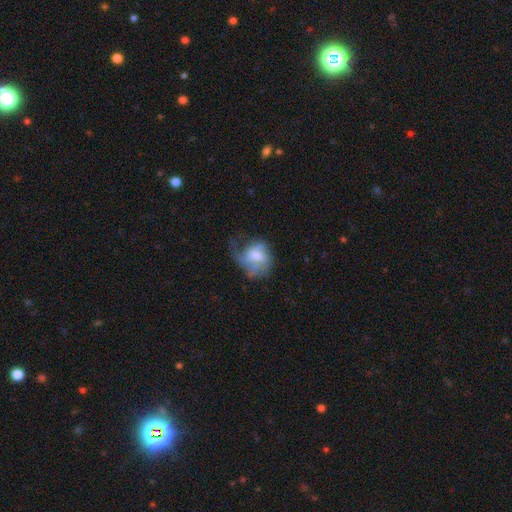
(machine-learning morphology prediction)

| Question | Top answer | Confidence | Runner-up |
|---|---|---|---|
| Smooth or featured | featured or disk | 47% | smooth (45%) |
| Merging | major disturbance | 47% | none (26%) |